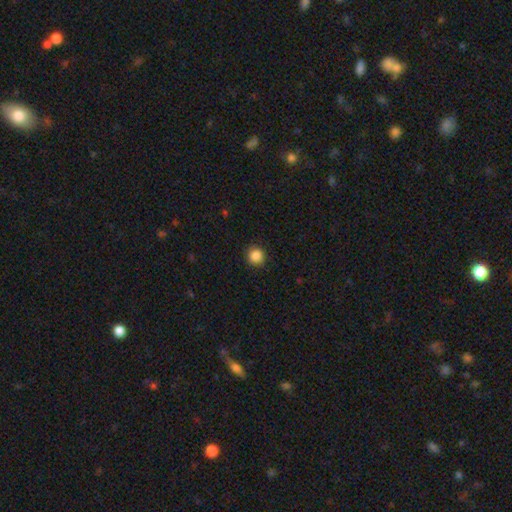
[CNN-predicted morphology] This appears to be a smooth galaxy with no disk features (86%) that is round (93%). Merging: none (91%).